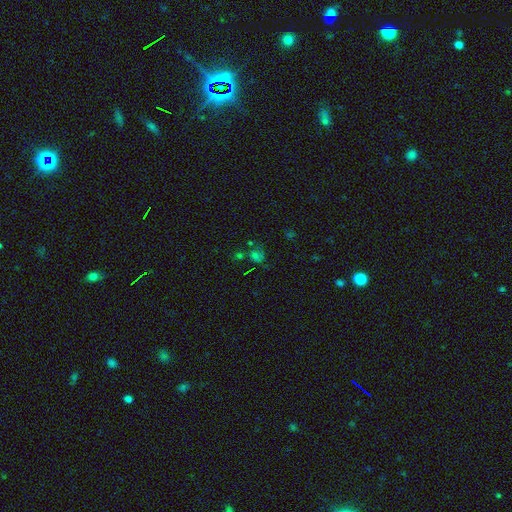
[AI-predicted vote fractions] Smooth or featured? Predicted: smooth (p=0.46). Merging? Predicted: none (p=0.42).